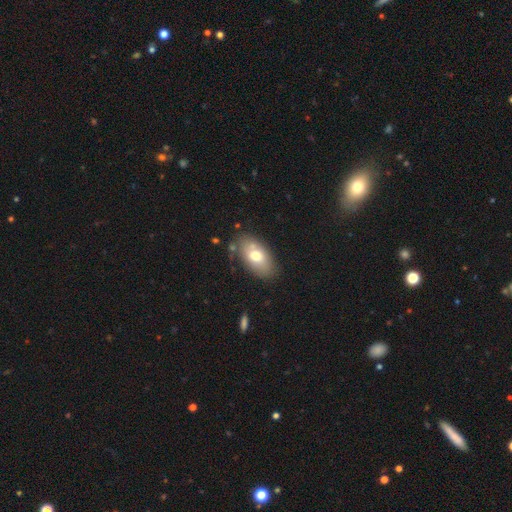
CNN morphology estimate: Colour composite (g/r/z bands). It shows a smooth galaxy with no disk features (70%) that is in between round and cigar-shaped (92%). Merging: none (75%).